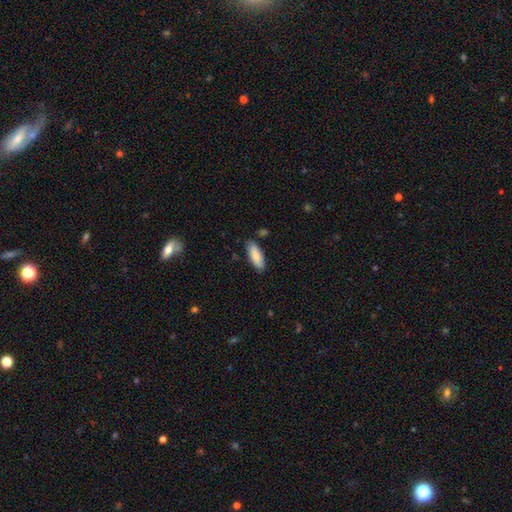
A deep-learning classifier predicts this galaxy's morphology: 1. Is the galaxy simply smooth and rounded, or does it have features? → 81% smooth, 13% featured or disk, 6% star or artifact.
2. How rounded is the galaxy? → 75% in between, 24% cigar-shaped, 2% round.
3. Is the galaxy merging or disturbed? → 83% none, 12% minor disturbance, 3% merger, 2% major disturbance.